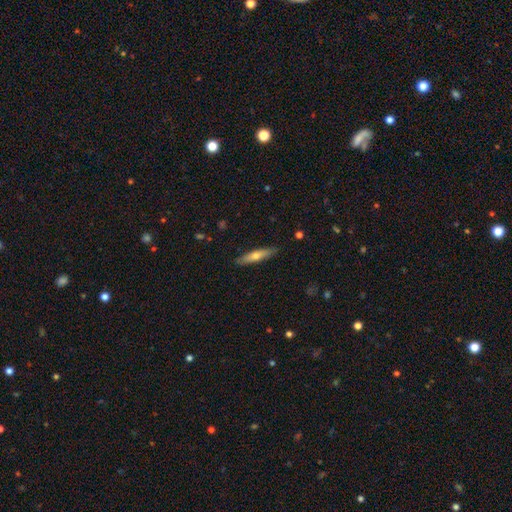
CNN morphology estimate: Q: Smooth or featured?
A: smooth (57%); runner-up: featured or disk (37%)
Q: How rounded?
A: cigar-shaped (85%); runner-up: in between (14%)
Q: Merging?
A: none (88%); runner-up: minor disturbance (9%)